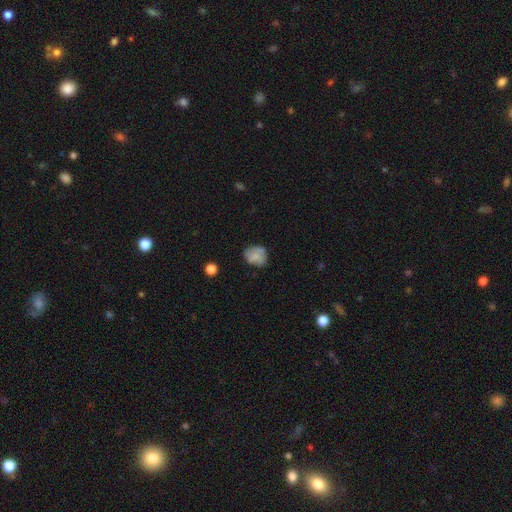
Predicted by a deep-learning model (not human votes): Smooth or featured?
  - smooth: 63% *
  - featured or disk: 28%
  - star or artifact: 10%
How rounded?
  - round: 57% *
  - in between: 42%
  - cigar-shaped: 1%
Merging?
  - none: 56% *
  - minor disturbance: 28%
  - major disturbance: 11%
  - merger: 5%